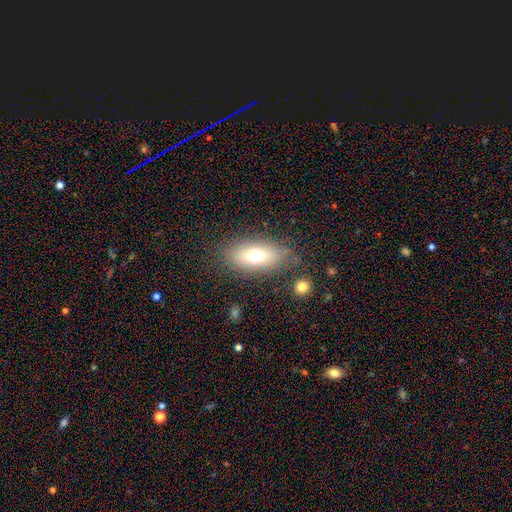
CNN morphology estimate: Smooth or featured?
  - smooth: 71% *
  - featured or disk: 19%
  - star or artifact: 10%
How rounded?
  - in between: 85% *
  - cigar-shaped: 8%
  - round: 7%
Merging?
  - none: 78% *
  - minor disturbance: 13%
  - major disturbance: 6%
  - merger: 3%